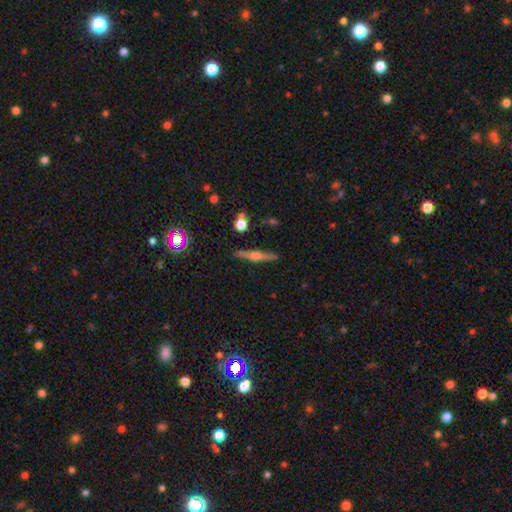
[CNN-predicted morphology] Smooth or featured? Predicted: featured or disk (p=0.68). Edge-on disk? Predicted: yes (p=0.97). Edge-on bulge? Predicted: rounded (p=0.90). Merging? Predicted: none (p=0.89).